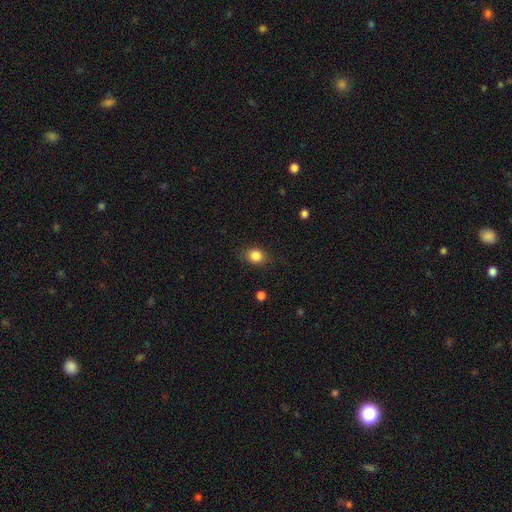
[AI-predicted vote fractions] Smooth or featured? Predicted: smooth (p=0.85). How rounded? Predicted: in between (p=0.50). Merging? Predicted: none (p=0.81).